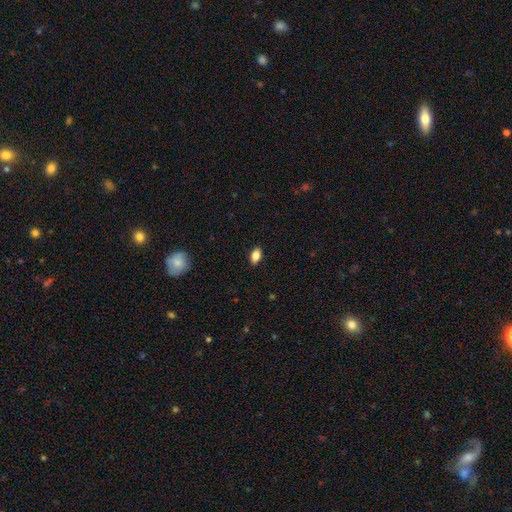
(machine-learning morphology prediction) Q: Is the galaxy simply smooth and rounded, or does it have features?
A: smooth — 82%.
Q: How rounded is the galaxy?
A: in between — 89%.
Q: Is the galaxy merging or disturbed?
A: none — 88%.